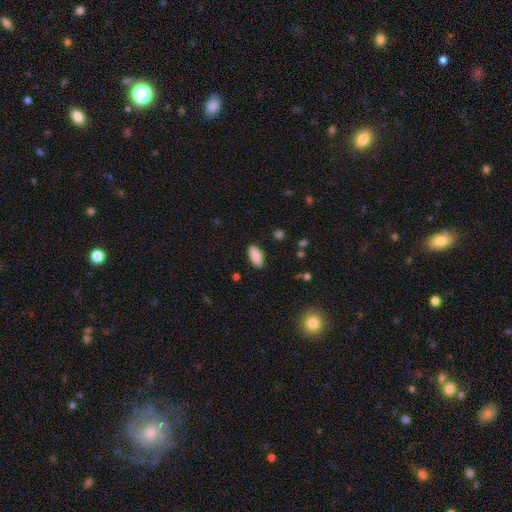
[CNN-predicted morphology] Q: Smooth or featured?
A: smooth (88%); runner-up: star or artifact (7%)
Q: How rounded?
A: in between (78%); runner-up: cigar-shaped (20%)
Q: Merging?
A: none (86%); runner-up: minor disturbance (10%)